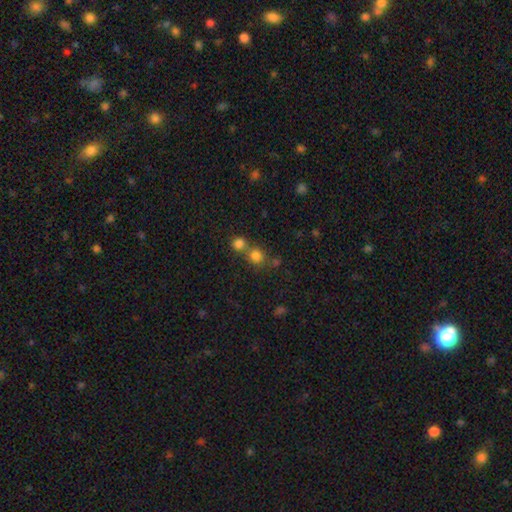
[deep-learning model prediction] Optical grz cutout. It shows a smooth galaxy with no disk features (78%) that is round (84%). Merging: none (52%).